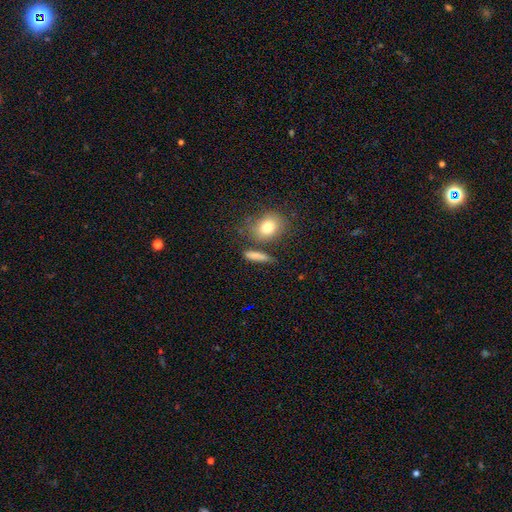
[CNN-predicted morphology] Smooth or featured? Predicted: smooth (p=0.76). How rounded? Predicted: cigar-shaped (p=0.53). Merging? Predicted: none (p=0.69).